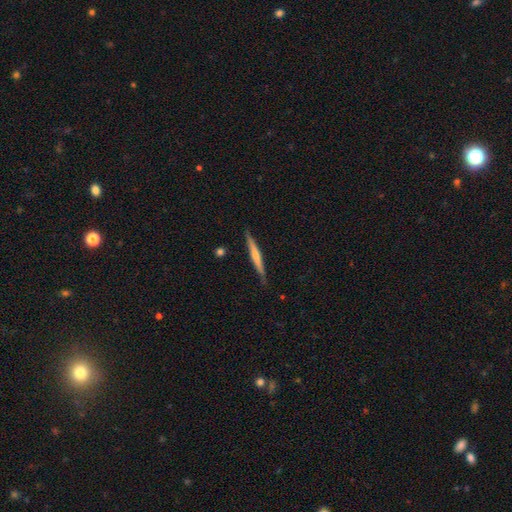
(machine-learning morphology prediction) This appears to be a featured or disk galaxy (52%) viewed edge-on (97%) with no central bulge (46%). Merging: none (86%).